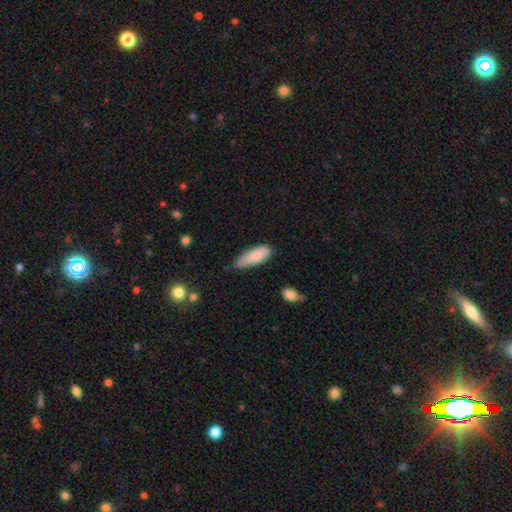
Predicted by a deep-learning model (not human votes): smooth-or-featured: smooth: 84% | featured or disk: 10% | star or artifact: 6%
  how-rounded: in between: 71% | cigar-shaped: 27% | round: 2%
  merging: none: 46% | minor disturbance: 43% | major disturbance: 8% | merger: 3%